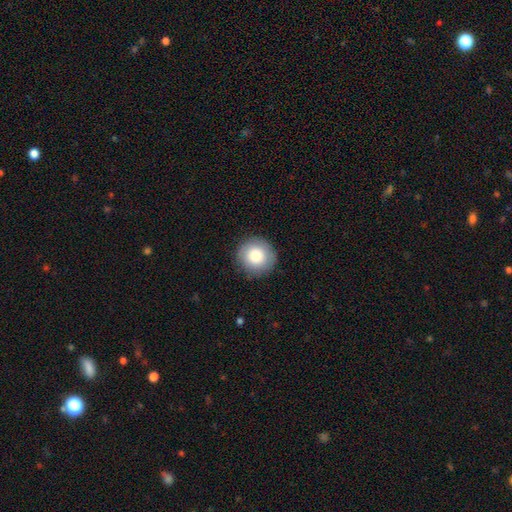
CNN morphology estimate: Q: Smooth or featured?
A: smooth (80%); runner-up: featured or disk (11%)
Q: How rounded?
A: round (94%); runner-up: in between (5%)
Q: Merging?
A: none (89%); runner-up: minor disturbance (8%)